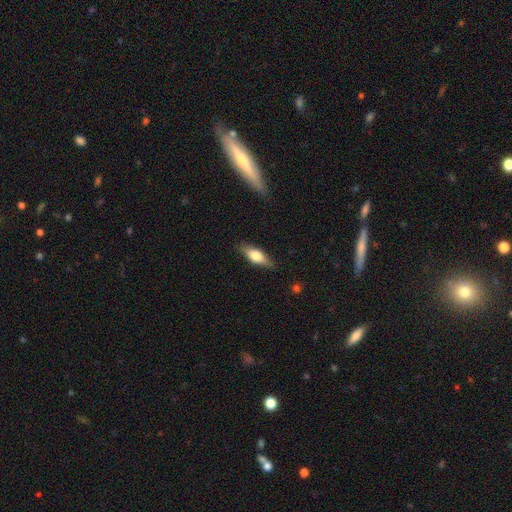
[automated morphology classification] This appears to be a smooth galaxy with no disk features (62%) that is in between round and cigar-shaped (61%). Merging: none (84%).